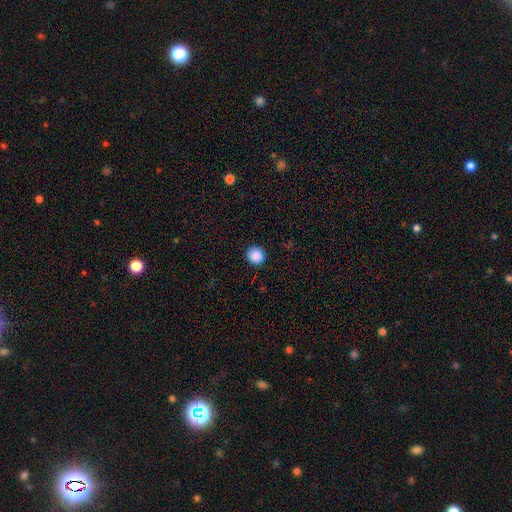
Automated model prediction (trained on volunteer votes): smooth-or-featured: smooth: 88% | star or artifact: 9% | featured or disk: 3%
  how-rounded: round: 91% | in between: 8% | cigar-shaped: 1%
  merging: none: 92% | minor disturbance: 6% | major disturbance: 2% | merger: 1%